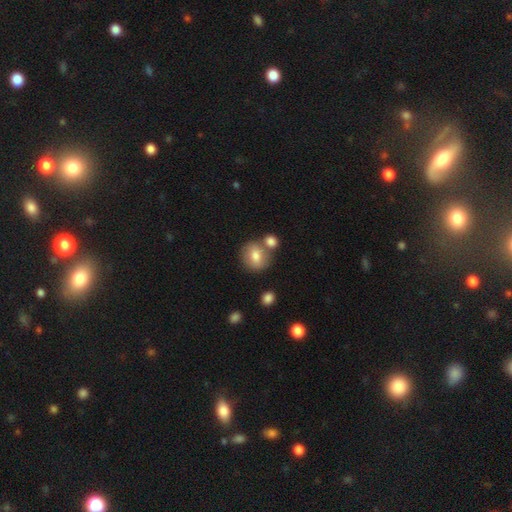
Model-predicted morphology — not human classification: smooth_or_featured: smooth (p=0.74) [alt: featured or disk p=0.18]
how_rounded: round (p=0.74) [alt: in between p=0.25]
merging: none (p=0.60) [alt: merger p=0.25]